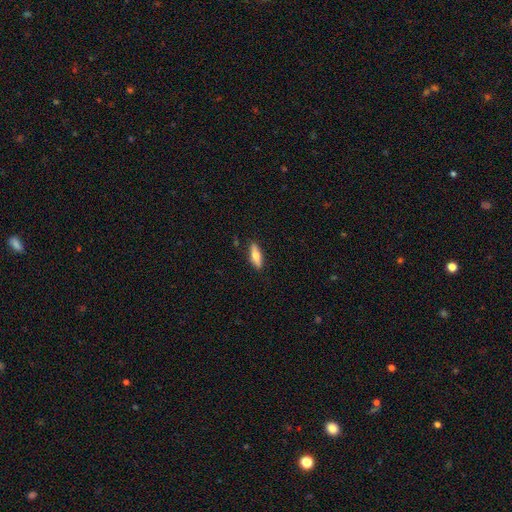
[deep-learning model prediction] Overall: smooth (59%; featured or disk 35%). How rounded: cigar-shaped (52%; in between 45%). Merging: none (87%).